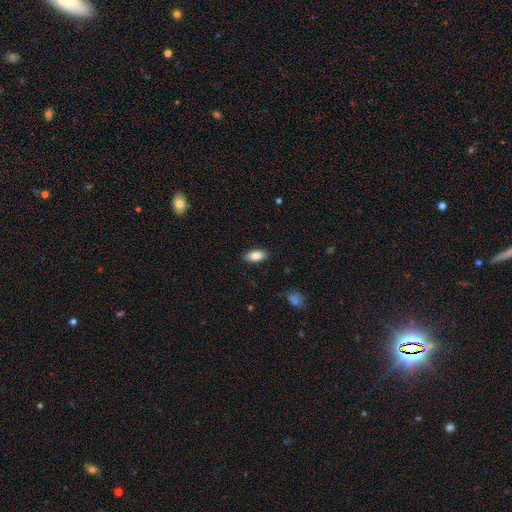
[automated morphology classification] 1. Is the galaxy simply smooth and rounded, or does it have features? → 84% smooth, 9% featured or disk, 7% star or artifact.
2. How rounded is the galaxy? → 89% in between, 8% cigar-shaped, 3% round.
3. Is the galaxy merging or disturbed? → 87% none, 10% minor disturbance, 2% major disturbance, 1% merger.